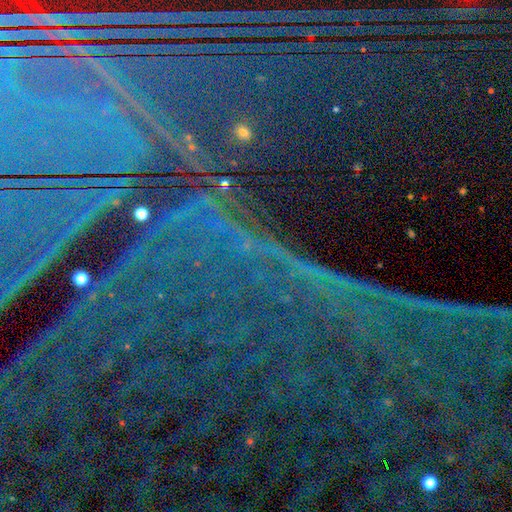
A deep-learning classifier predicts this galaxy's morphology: Q: Smooth or featured?
A: star or artifact (87%); runner-up: featured or disk (7%)